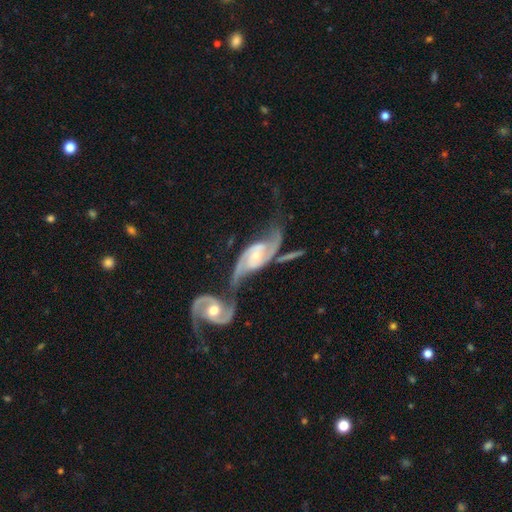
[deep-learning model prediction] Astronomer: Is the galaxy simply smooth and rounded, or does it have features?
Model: featured or disk — 92%.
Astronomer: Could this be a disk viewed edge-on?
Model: no — 96%.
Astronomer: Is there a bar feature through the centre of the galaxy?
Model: no — 49% (runner-up: weak, 36%).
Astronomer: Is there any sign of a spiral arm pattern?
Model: yes — 98%.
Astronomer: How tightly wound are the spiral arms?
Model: medium — 50% (runner-up: loose, 28%).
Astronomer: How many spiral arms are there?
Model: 2 — 92%.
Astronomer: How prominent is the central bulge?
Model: small — 52% (runner-up: moderate, 44%).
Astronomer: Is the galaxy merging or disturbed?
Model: merger — 57%.